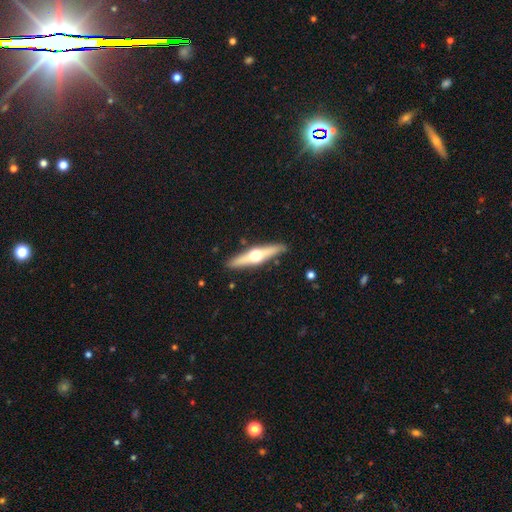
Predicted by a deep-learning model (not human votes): Overall: featured or disk (68%). Edge-on disk: yes (96%). Edge-on bulge: rounded (96%). Merging: none (89%).